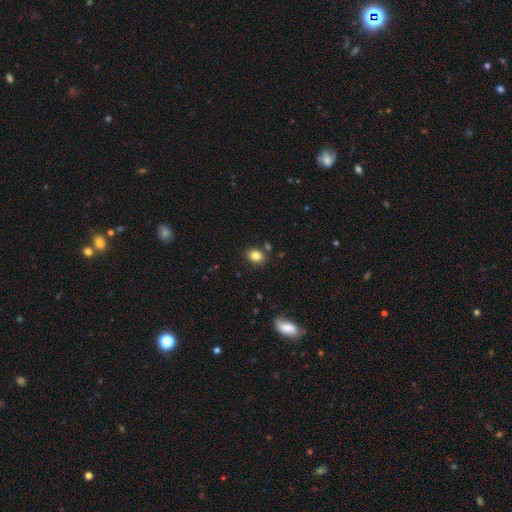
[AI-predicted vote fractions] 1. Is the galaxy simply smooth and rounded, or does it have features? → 84% smooth, 10% star or artifact, 6% featured or disk.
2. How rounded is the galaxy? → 54% in between, 45% round, 1% cigar-shaped.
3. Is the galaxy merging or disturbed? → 82% none, 10% minor disturbance, 5% merger, 3% major disturbance.